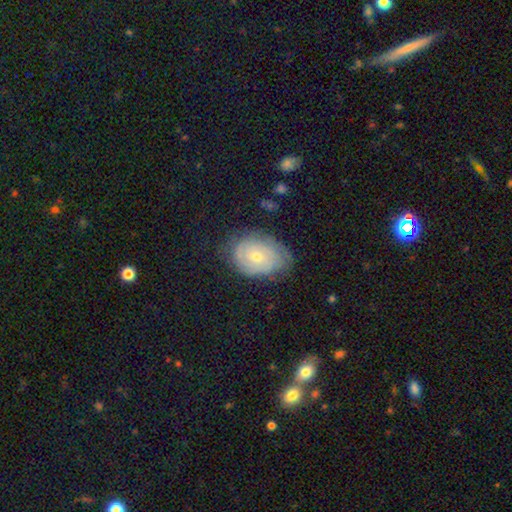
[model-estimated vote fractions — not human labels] smooth-or-featured: featured or disk: 56% | smooth: 36% | star or artifact: 8%
  disk-edge-on: no: 95% | yes: 5%
    bar: no: 81% | weak: 17% | strong: 3%
    has-spiral-arms: yes: 74% | no: 26%
    bulge-size: small: 58% | moderate: 39% | large: 1% | none: 1% | dominant: 1%
  merging: none: 63% | minor disturbance: 27% | major disturbance: 9% | merger: 1%